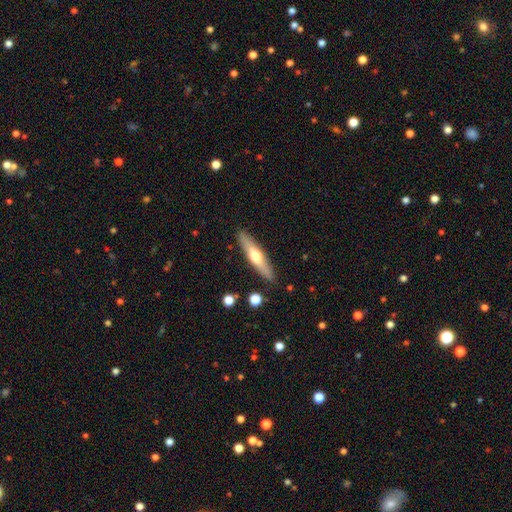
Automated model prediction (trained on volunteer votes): Smooth or featured: featured or disk — 51% (smooth — 44%)
Edge-on disk: yes — 90% (no — 10%)
Merging: none — 89% (minor disturbance — 8%)